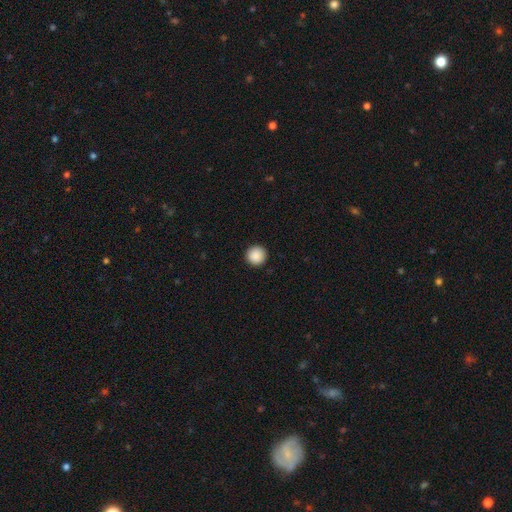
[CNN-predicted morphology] smooth-or-featured: smooth: 89% | star or artifact: 9% | featured or disk: 2%
  how-rounded: round: 96% | in between: 3% | cigar-shaped: 1%
  merging: none: 93% | minor disturbance: 4% | major disturbance: 2% | merger: 1%